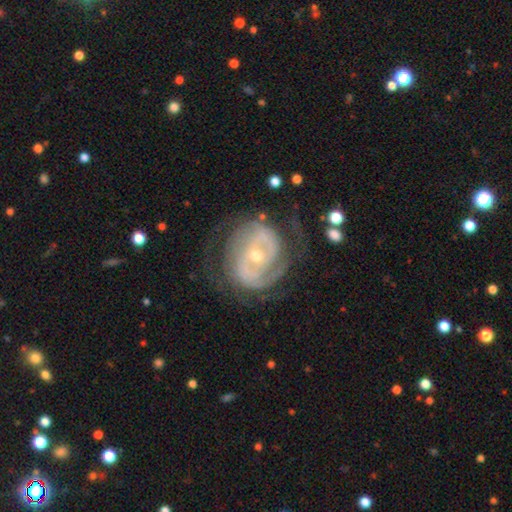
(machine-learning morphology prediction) A featured or disk galaxy (83%) with no bar (49%), 2 (48%) tight (56%) spiral arms (85%) and a small central bulge (57%).

Vote fractions:
- Smooth or featured? featured or disk: 83% / smooth: 11% / star or artifact: 6%
- Edge-on disk? no: 96% / yes: 4%
- Bar? no: 49% / weak: 31% / strong: 20%
- Spiral arms? yes: 85% / no: 15%
- Spiral winding? tight: 56% / medium: 31% / loose: 13%
- Spiral arm count? 2: 48% / can't tell: 29% / 3: 10% / 1: 6% / 4: 4% / more than 4: 3%
- Bulge size? small: 57% / moderate: 39% / large: 2% / none: 1% / dominant: 1%
- Merging? none: 64% / minor disturbance: 19% / major disturbance: 16% / merger: 2%